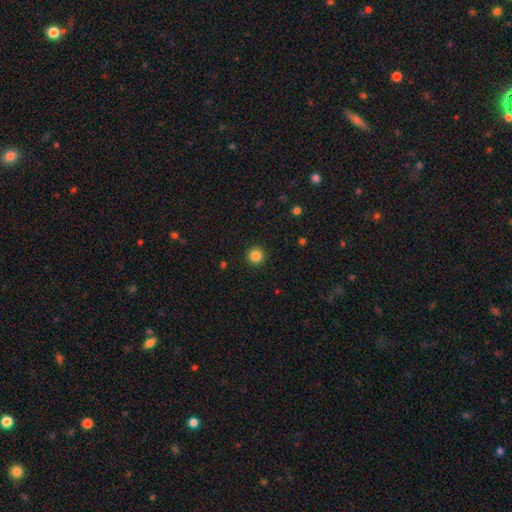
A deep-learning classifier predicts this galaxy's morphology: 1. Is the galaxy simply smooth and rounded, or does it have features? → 85% smooth, 12% star or artifact, 4% featured or disk.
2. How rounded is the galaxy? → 96% round, 3% in between, 1% cigar-shaped.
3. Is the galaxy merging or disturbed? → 93% none, 5% minor disturbance, 2% major disturbance, 1% merger.